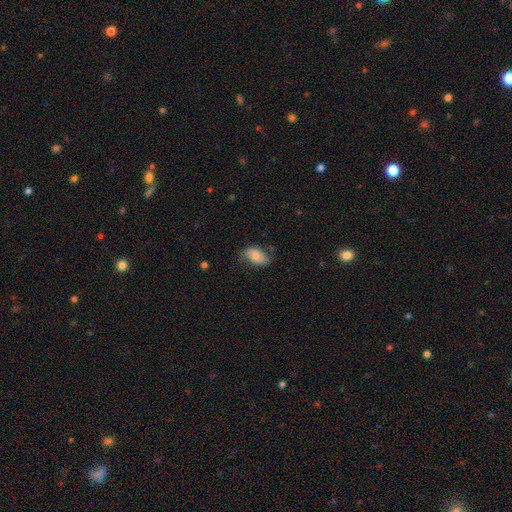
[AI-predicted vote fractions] smooth_or_featured: smooth (p=0.70) [alt: featured or disk p=0.22]
how_rounded: in between (p=0.90) [alt: round p=0.08]
merging: none (p=0.59) [alt: minor disturbance p=0.29]